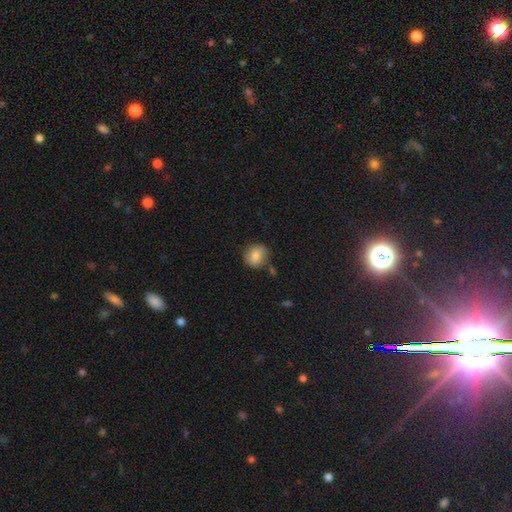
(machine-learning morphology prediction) A smooth galaxy with no disk features (79%) that is round (76%).

Vote fractions:
- Smooth or featured? smooth: 79% / featured or disk: 12% / star or artifact: 9%
- How rounded? round: 76% / in between: 23% / cigar-shaped: 1%
- Merging? none: 70% / minor disturbance: 19% / merger: 6% / major disturbance: 4%